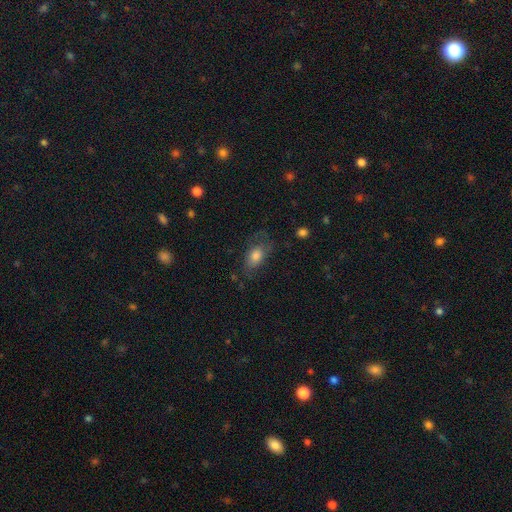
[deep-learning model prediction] Q: Smooth or featured?
A: smooth (71%); runner-up: featured or disk (20%)
Q: How rounded?
A: in between (85%); runner-up: round (12%)
Q: Merging?
A: none (57%); runner-up: minor disturbance (24%)